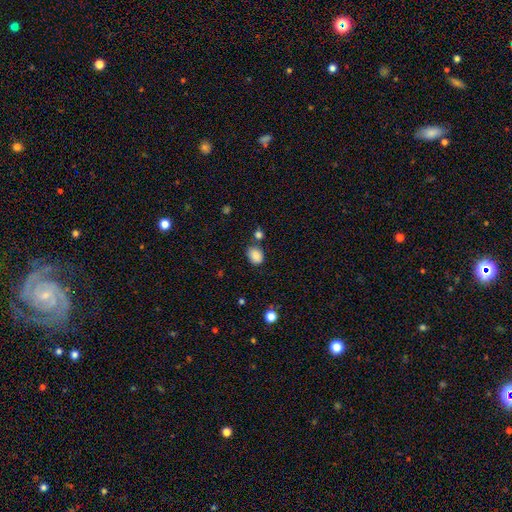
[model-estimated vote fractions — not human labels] smooth 86%, star or artifact 9%, featured or disk 4%. Down the decision tree: how rounded — in between (64%); merging — none (71%).